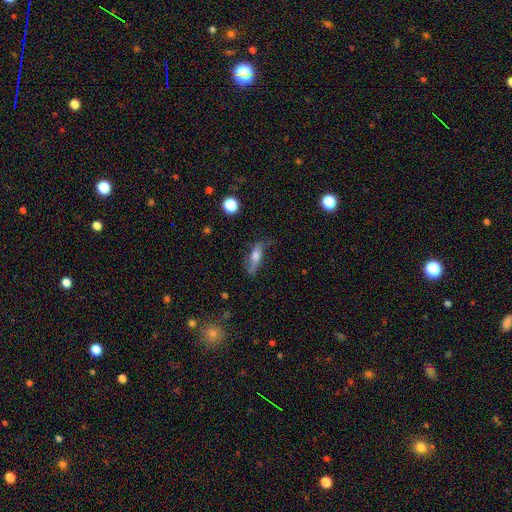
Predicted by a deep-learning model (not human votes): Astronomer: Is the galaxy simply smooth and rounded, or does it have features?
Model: smooth — 48% (runner-up: featured or disk, 44%).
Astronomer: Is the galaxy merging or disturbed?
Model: none — 64%.